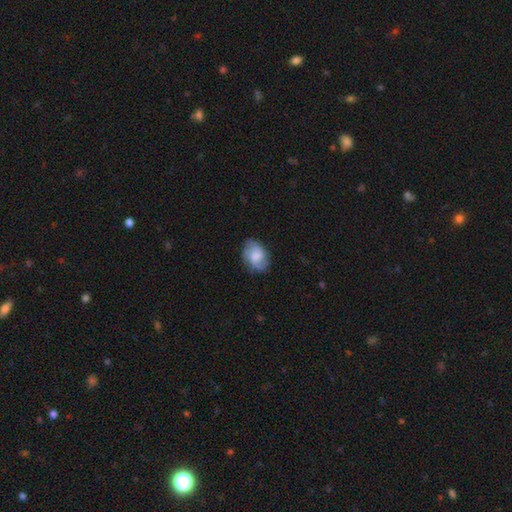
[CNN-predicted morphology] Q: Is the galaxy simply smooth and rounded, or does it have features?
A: smooth — 50%.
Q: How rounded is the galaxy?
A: in between — 78%.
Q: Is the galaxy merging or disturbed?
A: none — 74%.